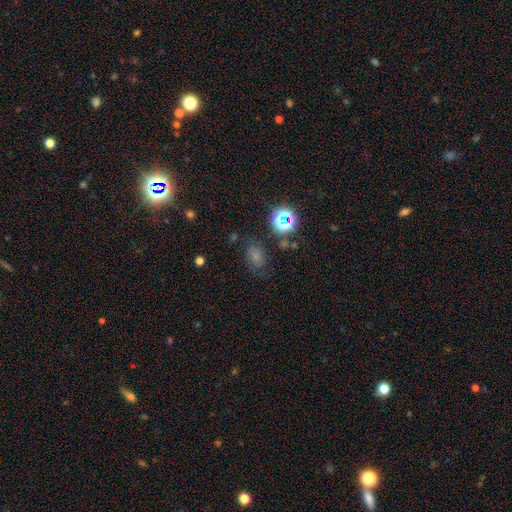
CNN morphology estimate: Q: Smooth or featured?
A: smooth (56%); runner-up: star or artifact (29%)
Q: How rounded?
A: in between (65%); runner-up: round (33%)
Q: Merging?
A: none (70%); runner-up: minor disturbance (19%)